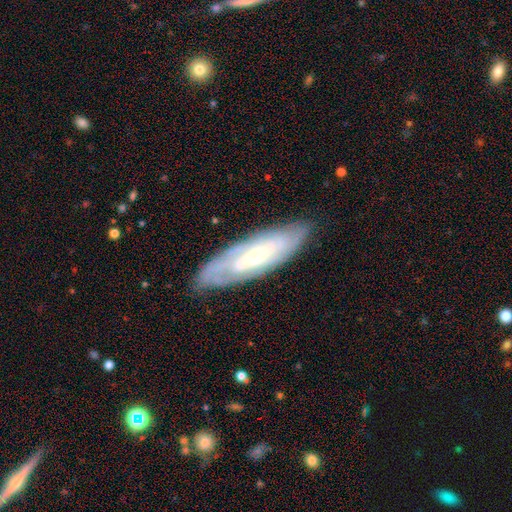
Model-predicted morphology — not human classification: This appears to be a featured or disk galaxy (68%). Merging: none (79%).